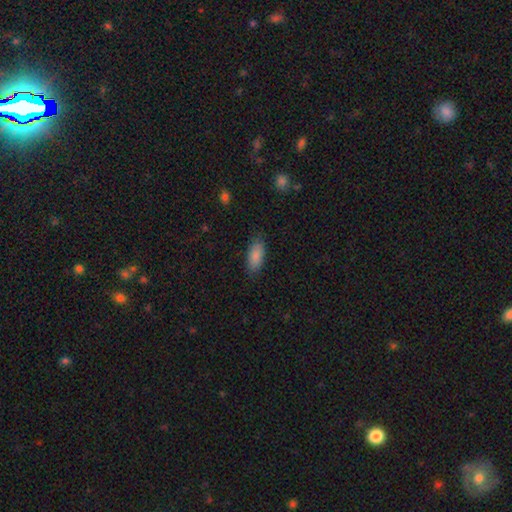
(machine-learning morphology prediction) Smooth or featured: smooth — 88% (star or artifact — 6%)
How rounded: in between — 87% (cigar-shaped — 11%)
Merging: none — 83% (minor disturbance — 13%)